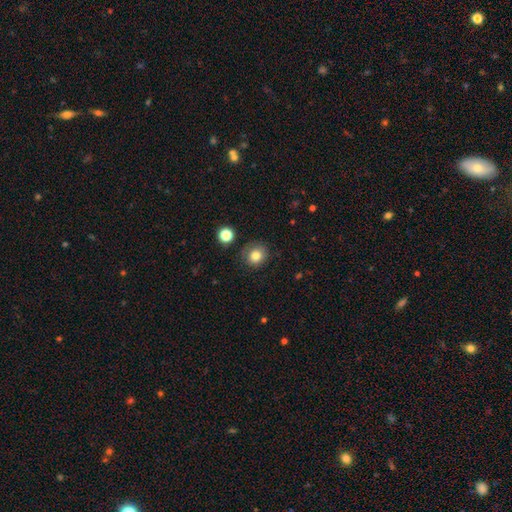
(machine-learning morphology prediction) A smooth galaxy with no disk features (82%) that is round (83%).

Vote fractions:
- Smooth or featured? smooth: 82% / star or artifact: 11% / featured or disk: 8%
- How rounded? round: 83% / in between: 16% / cigar-shaped: 1%
- Merging? none: 81% / minor disturbance: 13% / major disturbance: 4% / merger: 2%